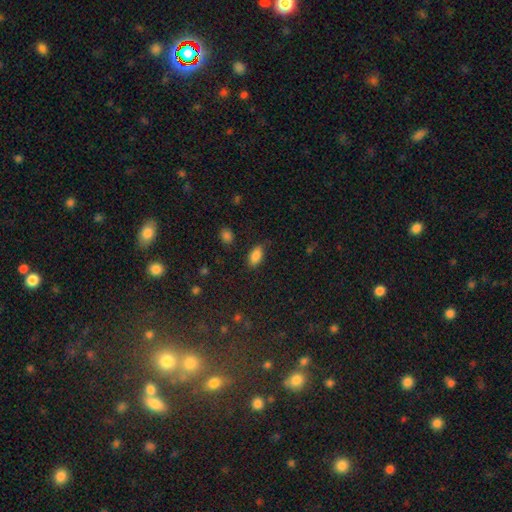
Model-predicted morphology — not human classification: This appears to be a smooth galaxy with no disk features (86%) that is in between round and cigar-shaped (92%). Merging: none (75%).